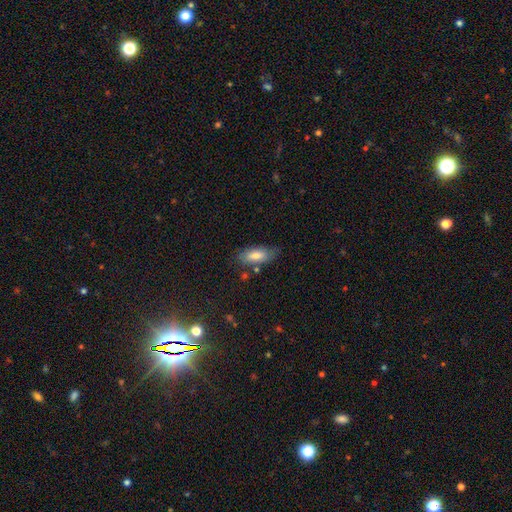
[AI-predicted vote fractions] Smooth or featured? smooth (74%)
How rounded? in between (80%)
Merging? none (72%)